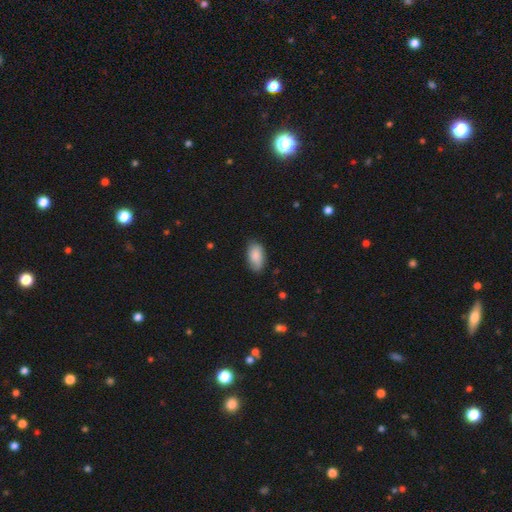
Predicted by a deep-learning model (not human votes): smooth 85%, featured or disk 8%, star or artifact 6%. Down the decision tree: how rounded — in between (93%); merging — none (79%).